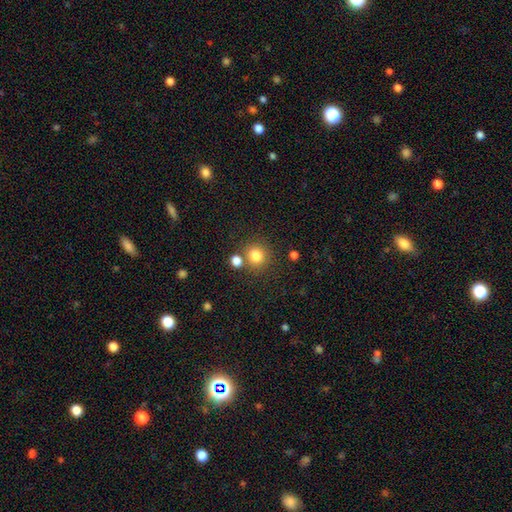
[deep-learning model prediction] smooth-or-featured: smooth: 81% | star or artifact: 13% | featured or disk: 6%
  how-rounded: round: 89% | in between: 10% | cigar-shaped: 1%
  merging: none: 75% | merger: 13% | minor disturbance: 8% | major disturbance: 3%